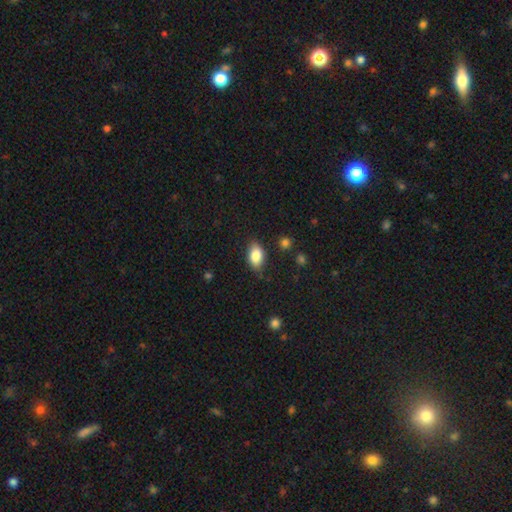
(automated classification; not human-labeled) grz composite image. It shows a smooth galaxy with no disk features (85%) that is in between round and cigar-shaped (89%). Merging: none (77%).